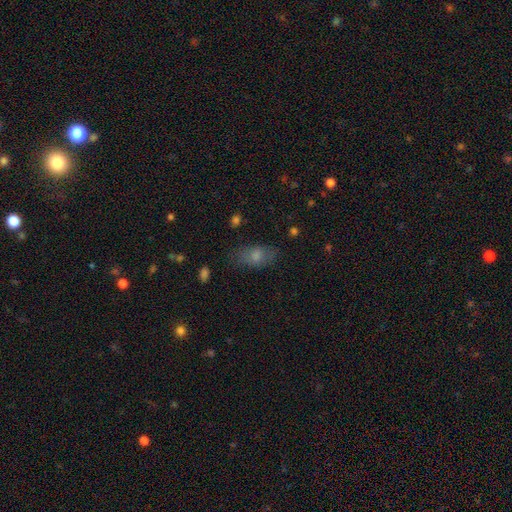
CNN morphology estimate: Smooth or featured: smooth — 71% (featured or disk — 18%)
How rounded: in between — 86% (cigar-shaped — 7%)
Merging: none — 72% (minor disturbance — 19%)